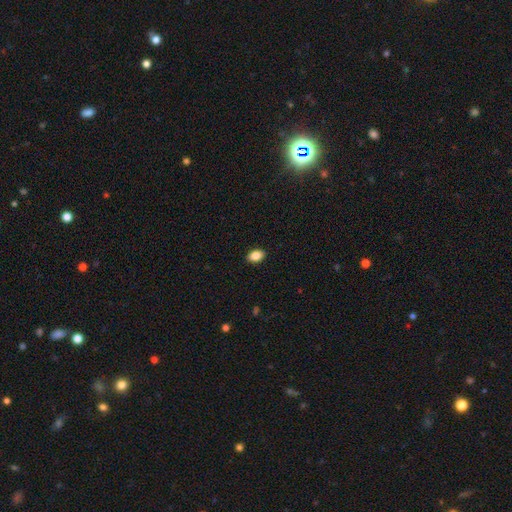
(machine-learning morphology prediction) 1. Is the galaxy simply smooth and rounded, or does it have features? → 87% smooth, 8% star or artifact, 5% featured or disk.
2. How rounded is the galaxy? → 86% in between, 13% round, 1% cigar-shaped.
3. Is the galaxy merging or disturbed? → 90% none, 7% minor disturbance, 2% major disturbance, 1% merger.